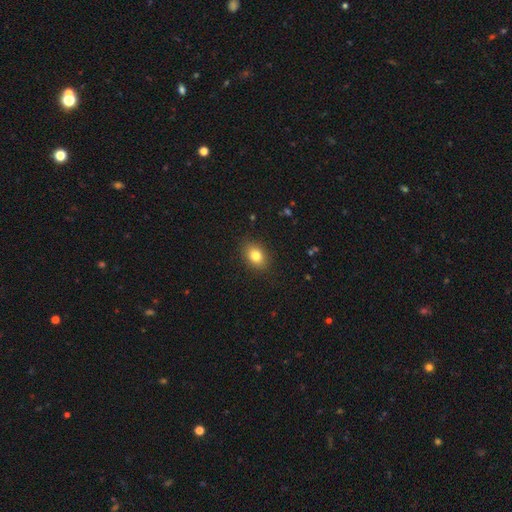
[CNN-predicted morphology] This appears to be a smooth galaxy with no disk features (81%) that is in between round and cigar-shaped (72%). Merging: none (88%).